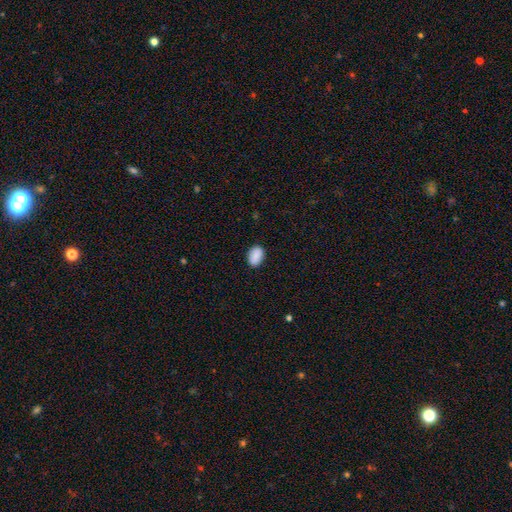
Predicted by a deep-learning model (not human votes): The model was most divided on "merging": none: 86%, minor disturbance: 11%, major disturbance: 2%, merger: 1%. More confident: smooth or featured — smooth (88%); how rounded — in between (87%).